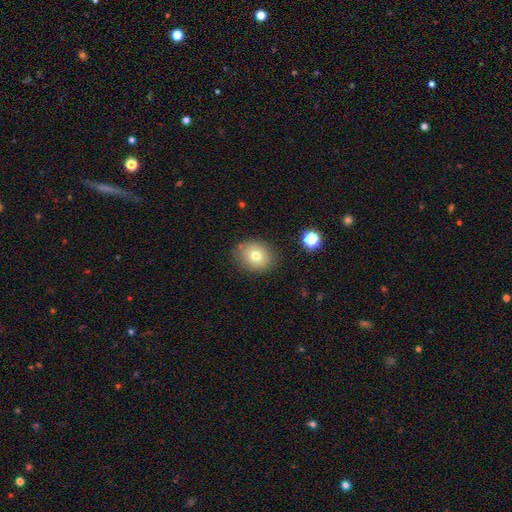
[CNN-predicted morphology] This is likely a smooth galaxy (75%). How rounded: likely round (64%). Merging: clearly none (82%).